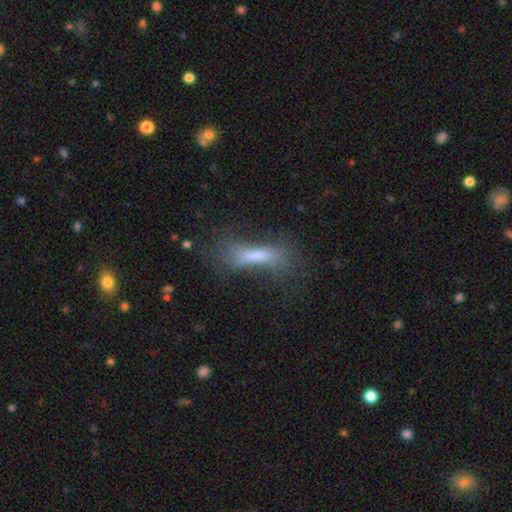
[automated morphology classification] Overall: smooth (59%; featured or disk 28%). How rounded: cigar-shaped (66%; in between 32%). Merging: none (38%; major disturbance 33%).